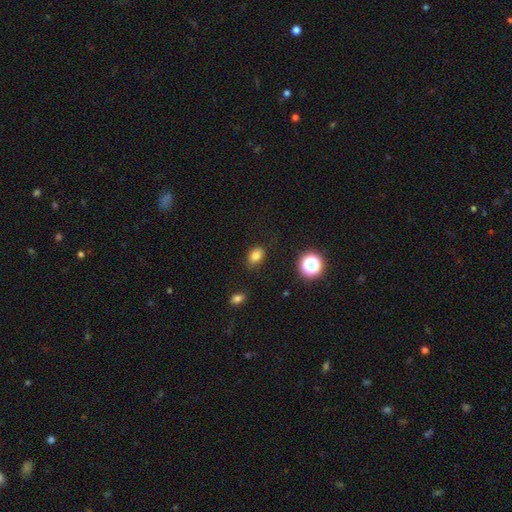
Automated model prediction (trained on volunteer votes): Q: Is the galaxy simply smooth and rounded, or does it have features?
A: smooth — 80%.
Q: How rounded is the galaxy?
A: in between — 69%.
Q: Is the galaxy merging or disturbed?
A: none — 82%.